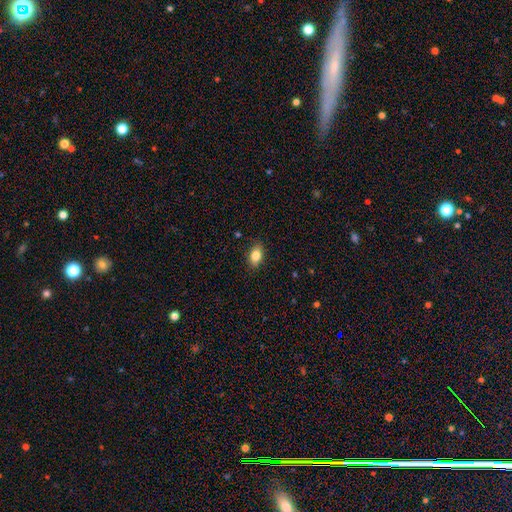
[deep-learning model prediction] Smooth or featured: smooth — 83% (star or artifact — 8%)
How rounded: in between — 85% (round — 13%)
Merging: none — 87% (minor disturbance — 10%)